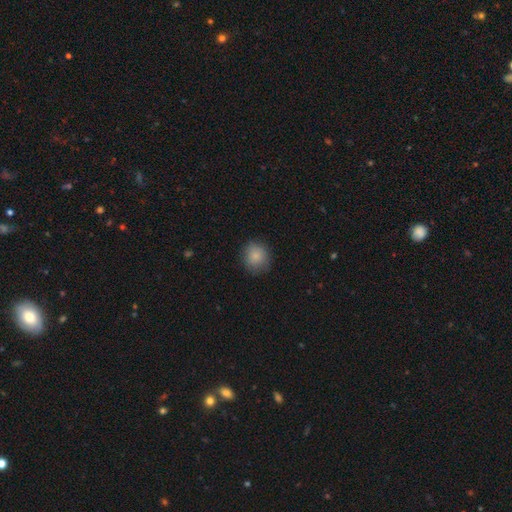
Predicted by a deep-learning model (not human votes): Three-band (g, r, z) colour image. It shows a smooth galaxy with no disk features (86%) that is round (87%). Merging: none (85%).